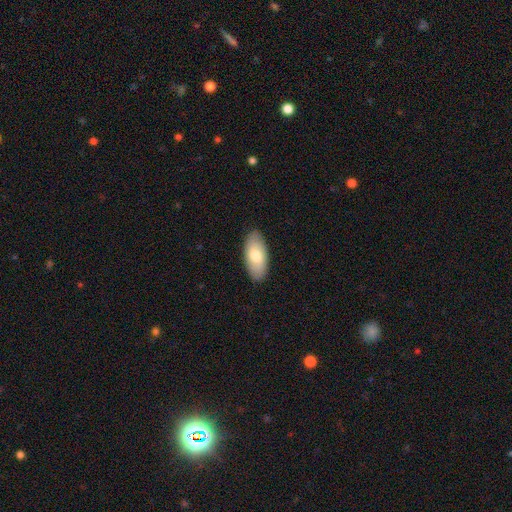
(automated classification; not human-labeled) Smooth or featured? Predicted: smooth (p=0.73). How rounded? Predicted: in between (p=0.92). Merging? Predicted: none (p=0.88).